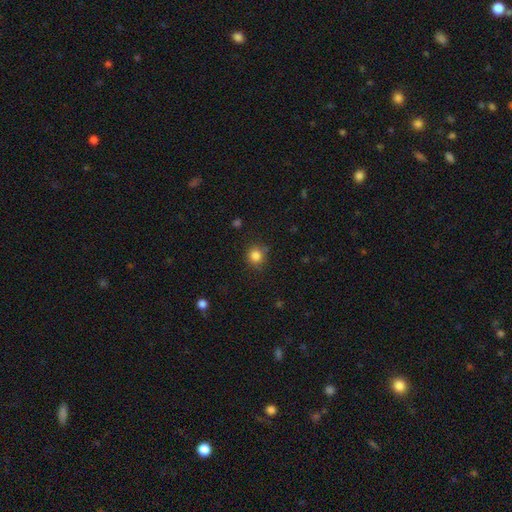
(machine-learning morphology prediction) Smooth or featured? smooth (84%)
How rounded? round (88%)
Merging? none (80%)